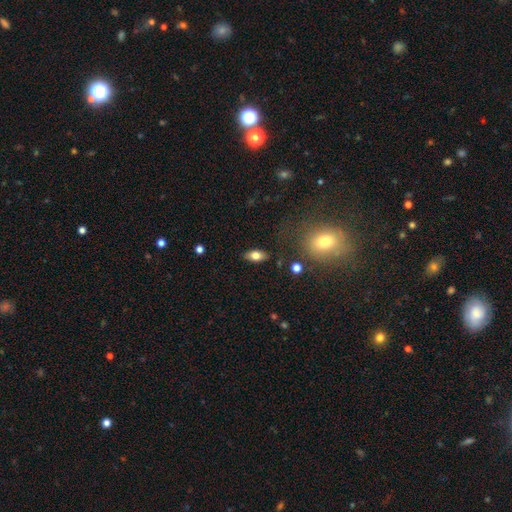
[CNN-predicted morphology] Overall: smooth (74%). How rounded: in between (87%). Merging: none (85%).